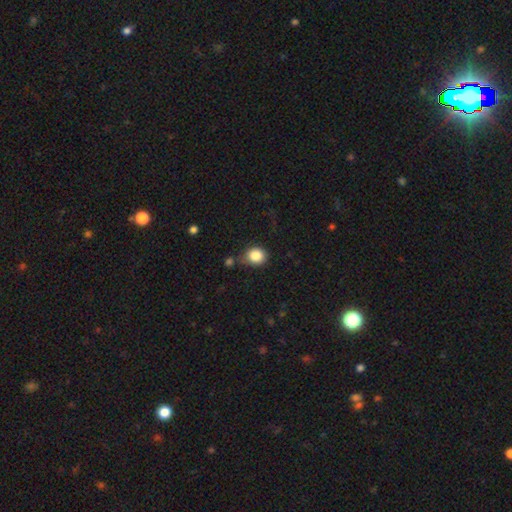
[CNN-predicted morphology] Smooth or featured? smooth (84%)
How rounded? round (70%)
Merging? none (66%)